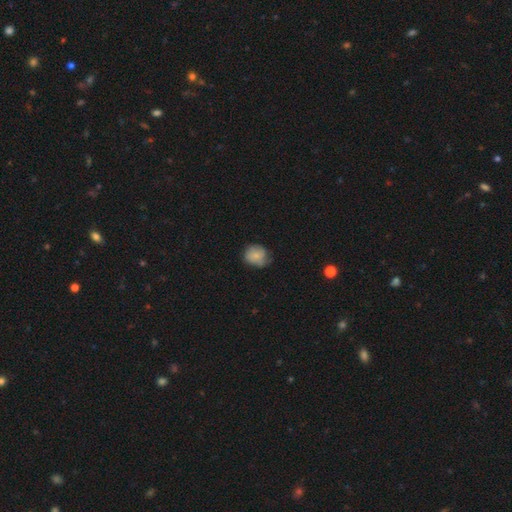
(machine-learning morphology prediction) This is likely a smooth galaxy (76%). How rounded: likely round (72%). Merging: possibly none (57%).